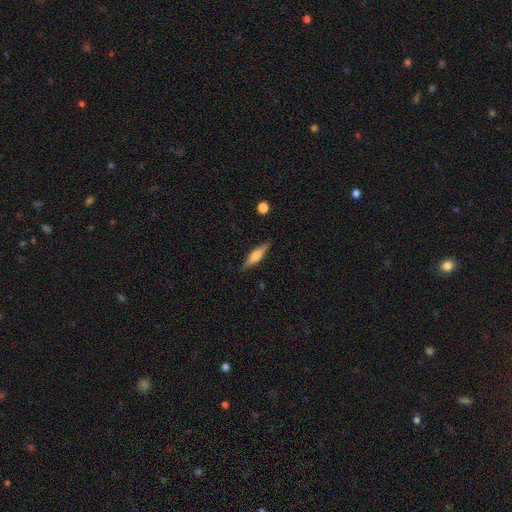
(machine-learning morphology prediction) smooth_or_featured: featured or disk (p=0.51) [alt: smooth p=0.42]
disk_edge_on: yes (p=0.95) [alt: no p=0.05]
merging: none (p=0.86) [alt: minor disturbance p=0.10]